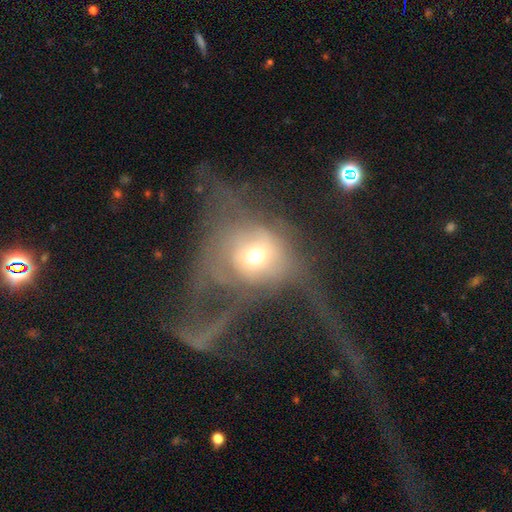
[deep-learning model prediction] Smooth or featured?
  - featured or disk: 50% *
  - smooth: 37%
  - star or artifact: 13%
Edge-on disk?
  - no: 84% *
  - yes: 16%
Merging?
  - major disturbance: 63% *
  - none: 19%
  - minor disturbance: 11%
  - merger: 7%